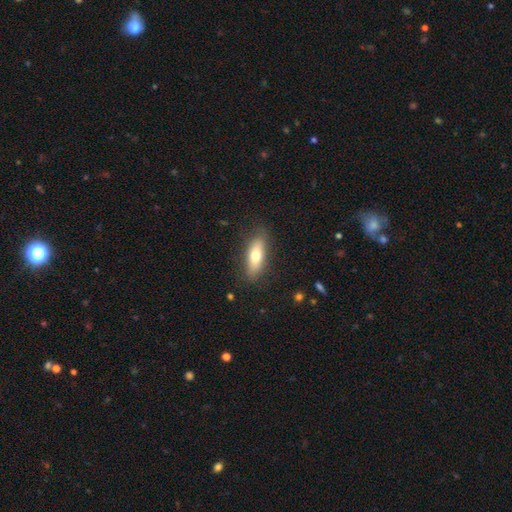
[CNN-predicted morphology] A smooth galaxy with no disk features (69%) that is in between round and cigar-shaped (64%).

Vote fractions:
- Smooth or featured? smooth: 69% / featured or disk: 24% / star or artifact: 7%
- How rounded? in between: 64% / cigar-shaped: 34% / round: 3%
- Merging? none: 83% / minor disturbance: 13% / major disturbance: 3% / merger: 1%